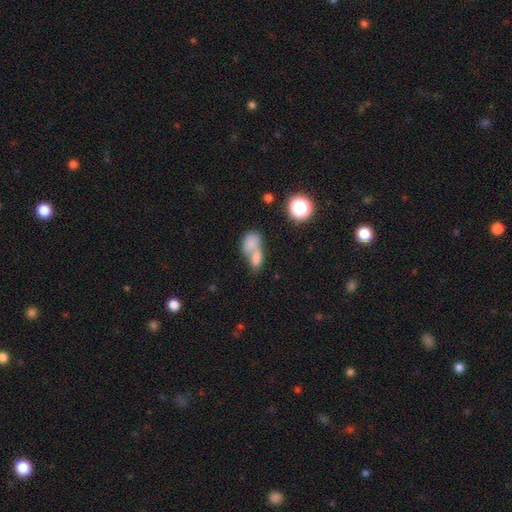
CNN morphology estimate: type=smooth (72%); roundness=in between (70%); merging=merger (69%).